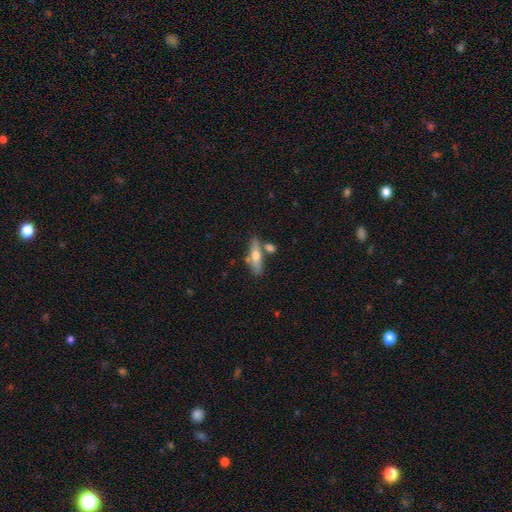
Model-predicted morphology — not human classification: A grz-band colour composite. It shows a smooth galaxy with no disk features (58%) that is cigar-shaped (54%). Merging: none (64%).